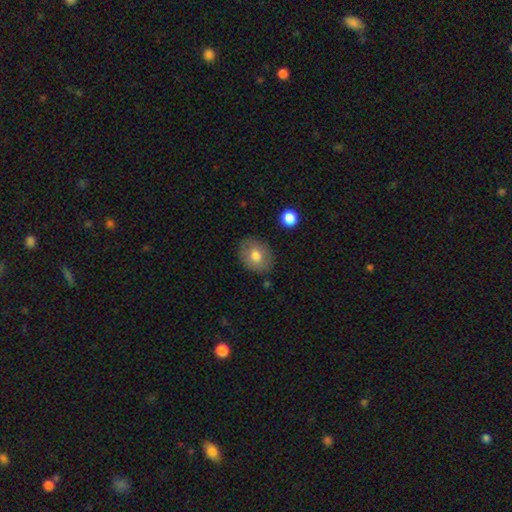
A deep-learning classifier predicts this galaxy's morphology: A smooth galaxy with no disk features (73%) that is in between round and cigar-shaped (55%). Merging: none (82%).